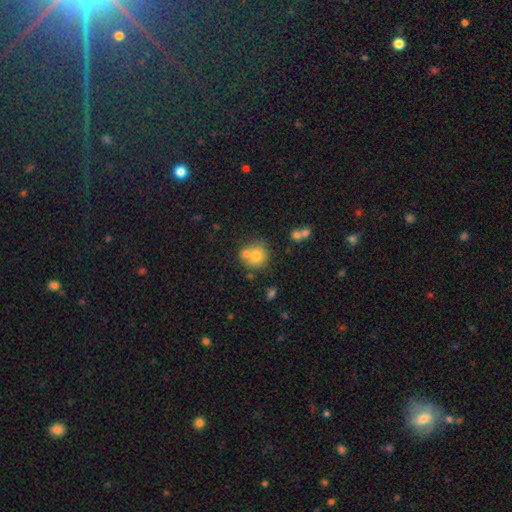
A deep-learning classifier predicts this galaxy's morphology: Smooth or featured? smooth (74%)
How rounded? round (85%)
Merging? none (51%)